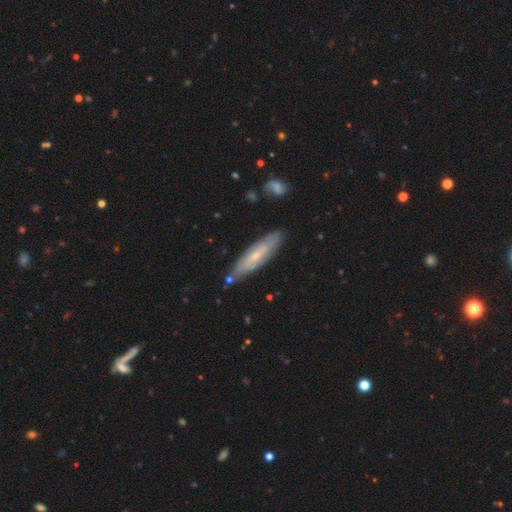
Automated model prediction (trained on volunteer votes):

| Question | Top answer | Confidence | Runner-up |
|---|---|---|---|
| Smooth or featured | featured or disk | 51% | smooth (43%) |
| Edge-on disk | yes | 50% | tied: no (50%) |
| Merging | none | 78% | minor disturbance (15%) |